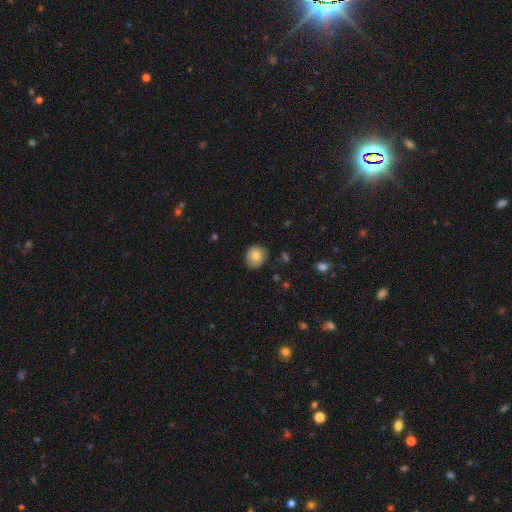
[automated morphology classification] Smooth or featured? Predicted: smooth (p=0.82). How rounded? Predicted: round (p=0.78). Merging? Predicted: none (p=0.80).